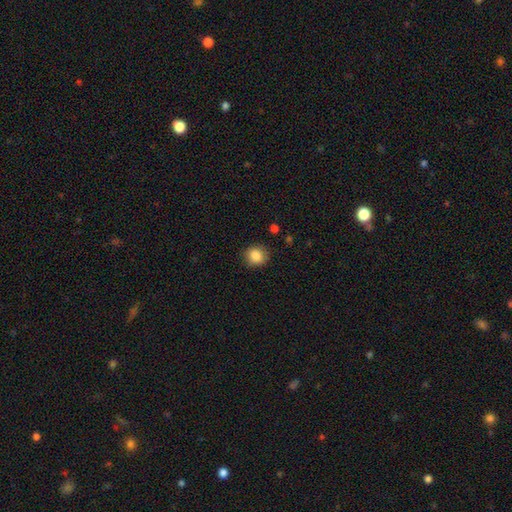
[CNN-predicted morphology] smooth 86%, star or artifact 10%, featured or disk 5%. Down the decision tree: how rounded — round (75%); merging — none (84%).